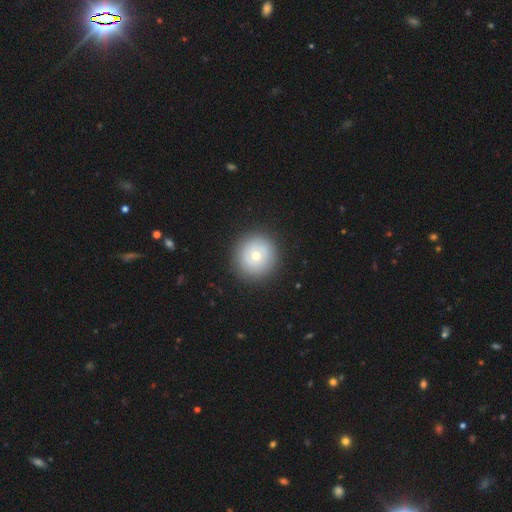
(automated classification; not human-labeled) A smooth galaxy with no disk features (62%) that is round (94%).

Vote fractions:
- Smooth or featured? smooth: 62% / featured or disk: 29% / star or artifact: 9%
- How rounded? round: 94% / in between: 5% / cigar-shaped: 1%
- Merging? none: 89% / minor disturbance: 7% / major disturbance: 3% / merger: 1%